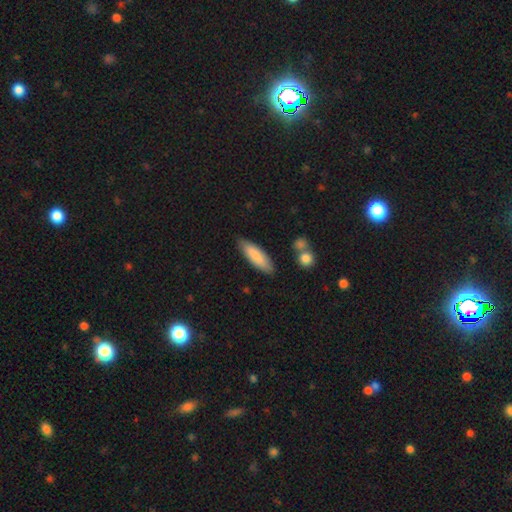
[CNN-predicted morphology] This is clearly a smooth galaxy (84%). How rounded: possibly cigar-shaped (51%). Merging: clearly none (84%).